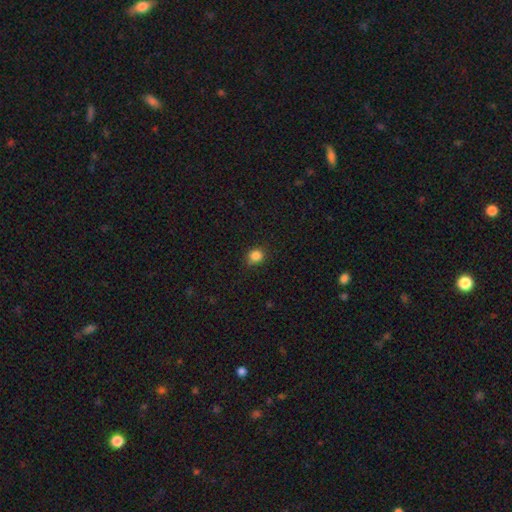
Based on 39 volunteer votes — smooth_or_featured: smooth (p=0.97) [alt: featured or disk p=0.03]
how_rounded: round (p=0.87) [alt: in between p=0.13]
merging: none (p=0.82) [alt: minor disturbance p=0.10]